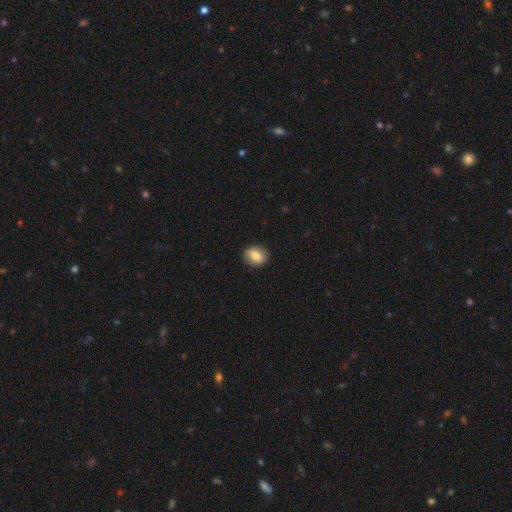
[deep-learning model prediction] smooth 78%, featured or disk 15%, star or artifact 8%. Down the decision tree: how rounded — round (59%); merging — none (86%).